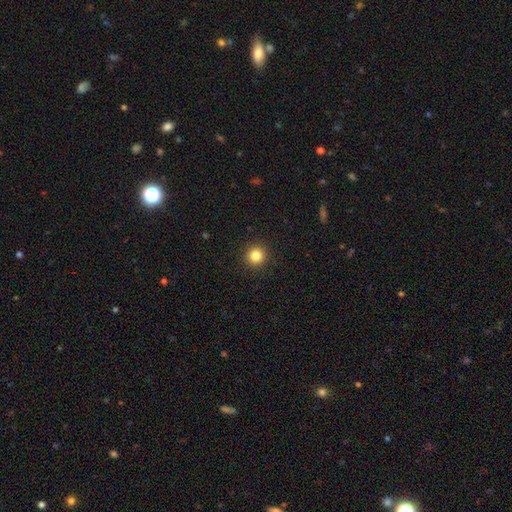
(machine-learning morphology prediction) This appears to be a smooth galaxy with no disk features (83%) that is round (95%). Merging: none (93%).